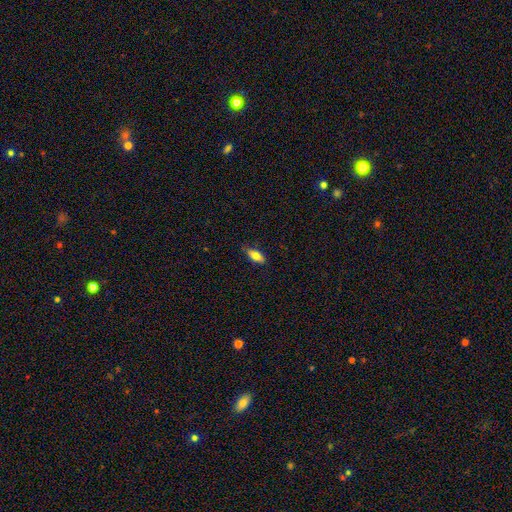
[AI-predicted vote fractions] Smooth or featured? smooth (76%)
How rounded? in between (78%)
Merging? none (78%)